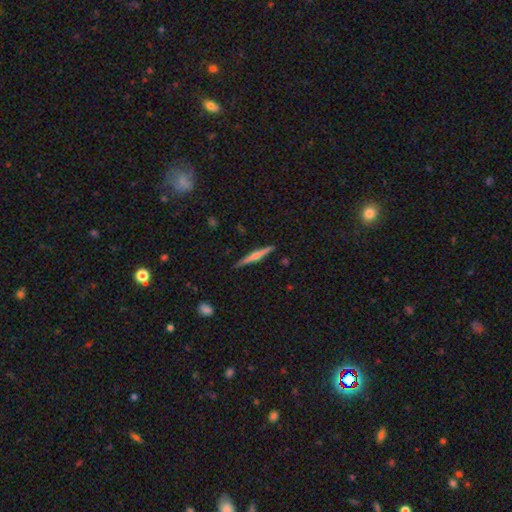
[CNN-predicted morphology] Smooth or featured: featured or disk — 70% (smooth — 24%)
Edge-on disk: yes — 98% (no — 2%)
Edge-on bulge: rounded — 83% (none — 10%)
Merging: none — 90% (minor disturbance — 7%)